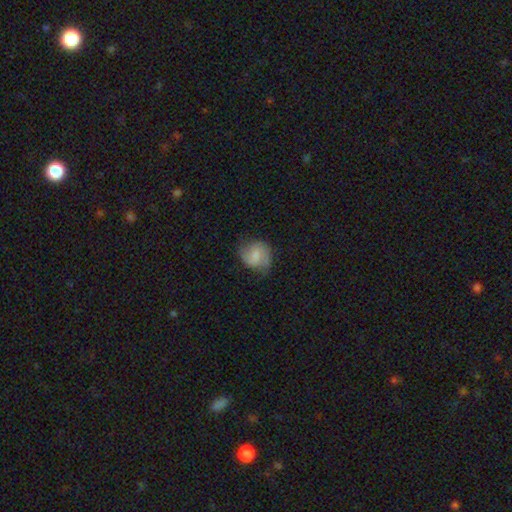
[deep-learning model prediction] Smooth or featured: smooth — 56% (featured or disk — 37%)
How rounded: round — 72% (in between — 27%)
Merging: none — 62% (minor disturbance — 27%)